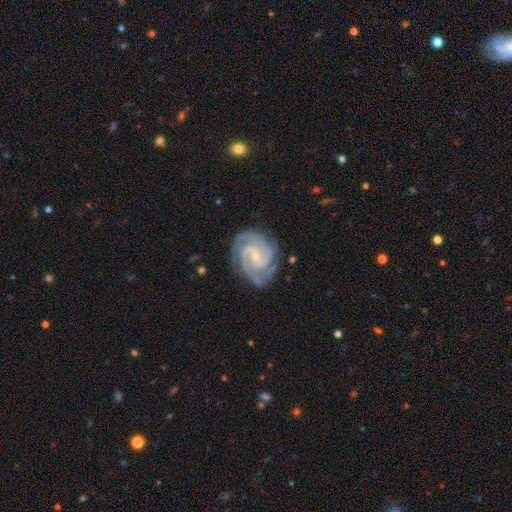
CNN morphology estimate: Smooth or featured? Predicted: featured or disk (p=0.92). Edge-on disk? Predicted: no (p=0.98). Bar? Predicted: weak (p=0.47). Spiral arms? Predicted: yes (p=0.98). Spiral winding? Predicted: tight (p=0.62). Spiral arm count? Predicted: 3 (p=0.39). Bulge size? Predicted: small (p=0.78). Merging? Predicted: none (p=0.78).